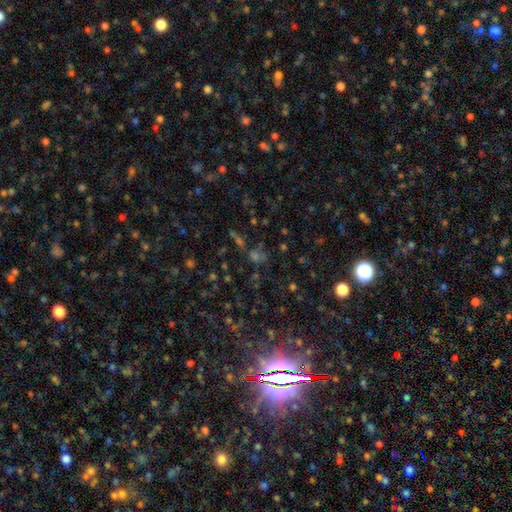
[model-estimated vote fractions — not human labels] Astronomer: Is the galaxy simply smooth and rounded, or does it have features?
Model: star or artifact — 81%.